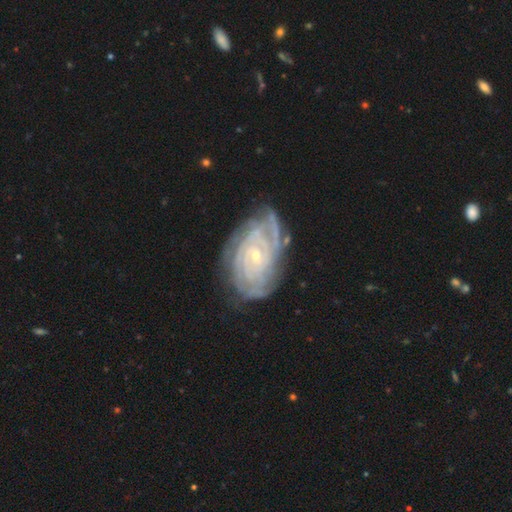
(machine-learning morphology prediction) smooth-or-featured: featured or disk: 88% | smooth: 6% | star or artifact: 6%
  disk-edge-on: no: 97% | yes: 3%
    bar: no: 65% | weak: 26% | strong: 9%
    has-spiral-arms: yes: 97% | no: 3%
      spiral-winding: tight: 81% | medium: 16% | loose: 3%
      spiral-arm-count: can't tell: 29% | 4: 21% | 3: 16% | 2: 14% | more than 4: 13% | 1: 6%
    bulge-size: small: 79% | moderate: 18% | none: 1% | large: 1% | dominant: 1%
  merging: none: 70% | minor disturbance: 21% | major disturbance: 7% | merger: 2%